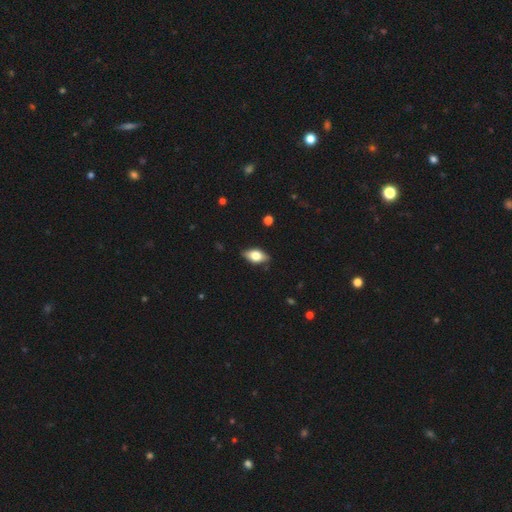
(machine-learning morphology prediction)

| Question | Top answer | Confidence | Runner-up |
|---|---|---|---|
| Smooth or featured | smooth | 62% | featured or disk (31%) |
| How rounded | in between | 87% | cigar-shaped (8%) |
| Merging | none | 84% | minor disturbance (13%) |